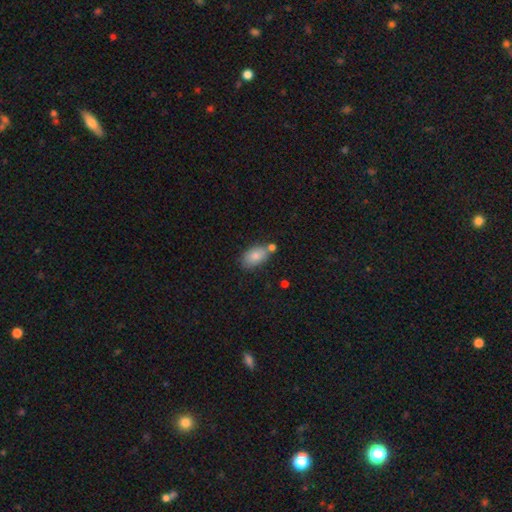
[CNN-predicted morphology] Overall: smooth (82%). How rounded: in between (91%). Merging: none (64%).